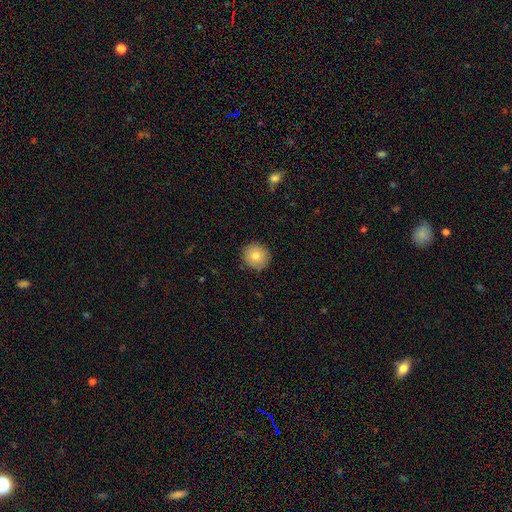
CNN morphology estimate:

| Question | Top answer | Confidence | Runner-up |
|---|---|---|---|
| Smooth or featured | smooth | 78% | featured or disk (13%) |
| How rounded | round | 93% | in between (6%) |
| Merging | none | 89% | minor disturbance (8%) |